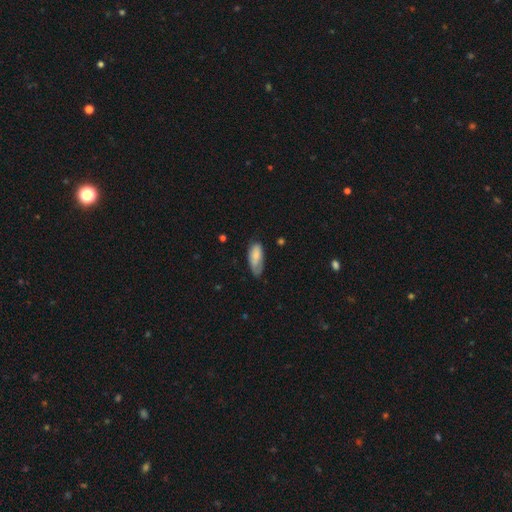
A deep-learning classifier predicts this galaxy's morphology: smooth 78%, featured or disk 16%, star or artifact 6%. Down the decision tree: how rounded — in between (83%); merging — none (53%).